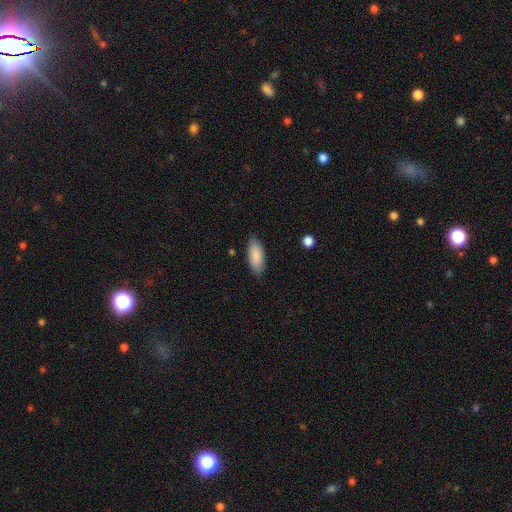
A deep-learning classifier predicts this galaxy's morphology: The model was most divided on "merging": none: 82%, minor disturbance: 14%, major disturbance: 3%, merger: 1%. More confident: smooth or featured — smooth (87%); how rounded — in between (83%).